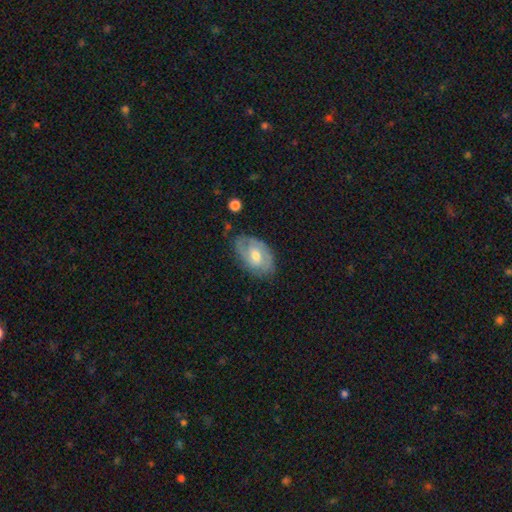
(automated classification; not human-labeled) Smooth or featured?
  - featured or disk: 69% *
  - smooth: 25%
  - star or artifact: 6%
Edge-on disk?
  - no: 95% *
  - yes: 5%
Bar?
  - weak: 46% *
  - no: 45%
  - strong: 9%
Spiral arms?
  - yes: 84% *
  - no: 16%
Spiral winding?
  - tight: 48% *
  - medium: 38%
  - loose: 13%
Spiral arm count?
  - 2: 58% *
  - can't tell: 25%
  - 3: 8%
  - 1: 6%
  - 4: 2%
  - more than 4: 2%
Bulge size?
  - moderate: 69% *
  - small: 24%
  - large: 4%
  - none: 1%
  - dominant: 1%
Merging?
  - none: 71% *
  - minor disturbance: 22%
  - major disturbance: 6%
  - merger: 2%